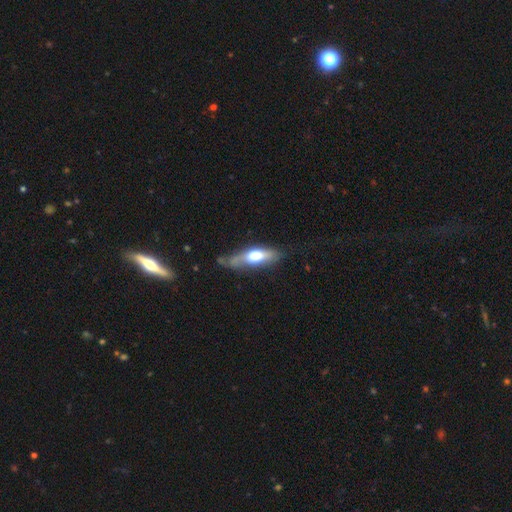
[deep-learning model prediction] smooth 56%, featured or disk 38%, star or artifact 6%. Down the decision tree: how rounded — in between (53%); merging — none (42%).